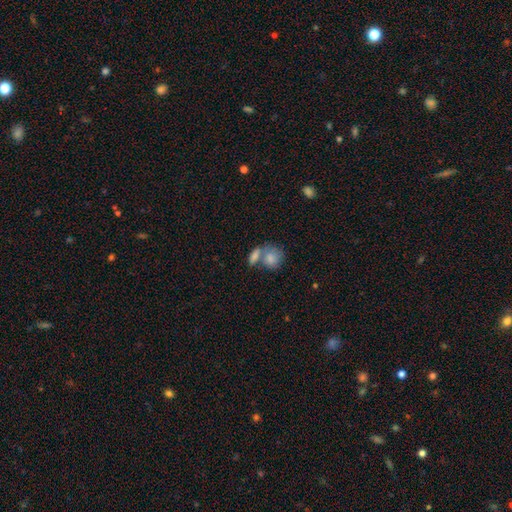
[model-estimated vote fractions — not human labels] A smooth galaxy with no disk features (75%) that is in between round and cigar-shaped (55%). Merging: merger (52%).